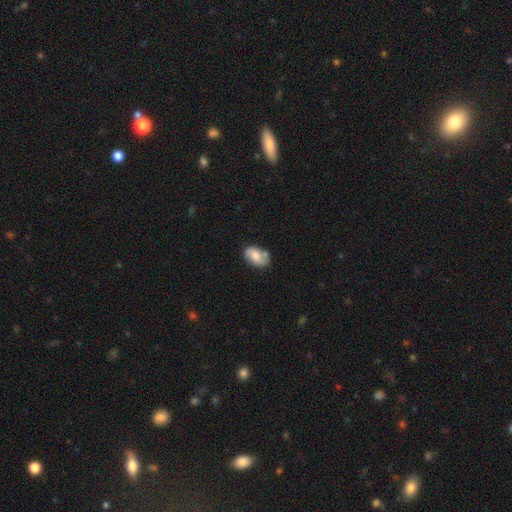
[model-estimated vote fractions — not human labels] A smooth galaxy with no disk features (61%) that is in between round and cigar-shaped (89%). Merging: none (60%).